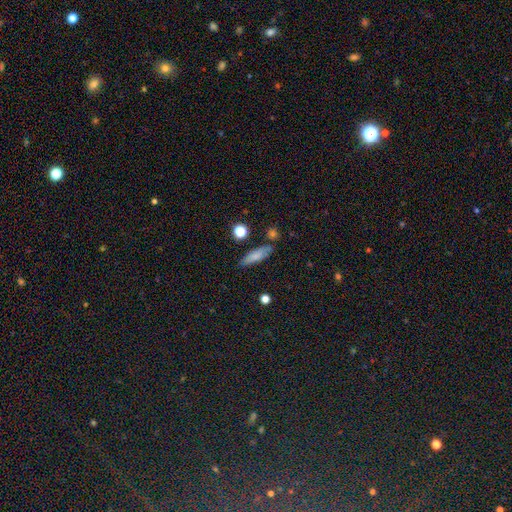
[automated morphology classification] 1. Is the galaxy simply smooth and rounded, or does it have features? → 71% smooth, 20% featured or disk, 9% star or artifact.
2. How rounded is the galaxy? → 63% cigar-shaped, 34% in between, 3% round.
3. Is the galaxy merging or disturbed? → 76% none, 15% minor disturbance, 5% merger, 4% major disturbance.